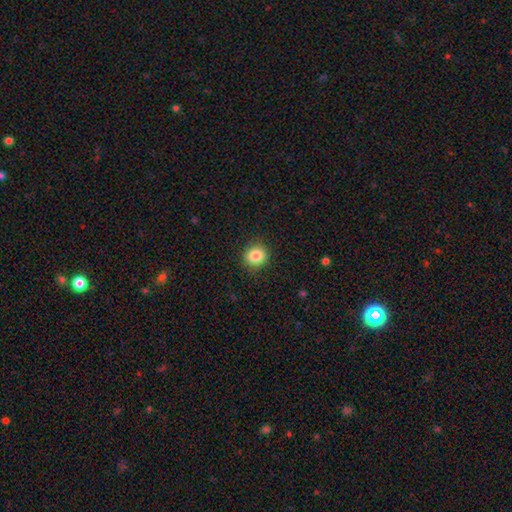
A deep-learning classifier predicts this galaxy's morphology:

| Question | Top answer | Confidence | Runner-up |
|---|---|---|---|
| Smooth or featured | smooth | 85% | star or artifact (10%) |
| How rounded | round | 79% | in between (20%) |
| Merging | none | 88% | minor disturbance (9%) |